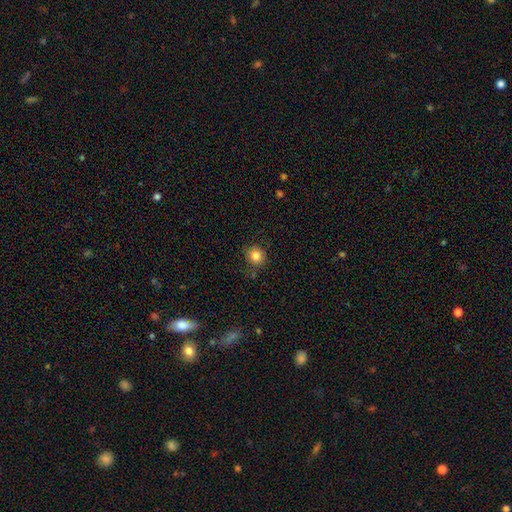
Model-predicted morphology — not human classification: This is clearly a smooth galaxy (83%). How rounded: clearly round (85%). Merging: clearly none (82%).